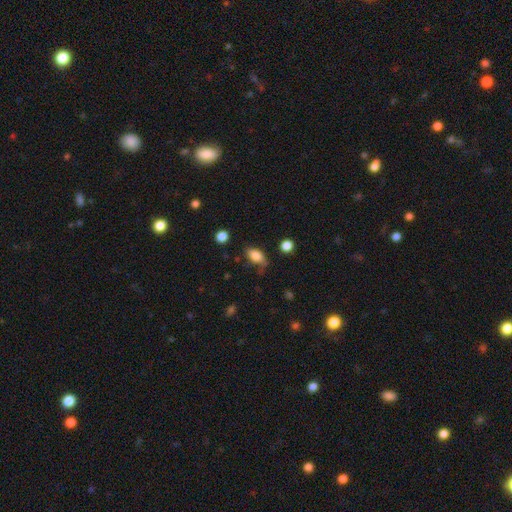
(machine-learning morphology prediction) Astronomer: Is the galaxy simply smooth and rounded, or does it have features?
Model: smooth — 82%.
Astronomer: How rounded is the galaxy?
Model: in between — 88%.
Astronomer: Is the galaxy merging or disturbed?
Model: none — 59%.